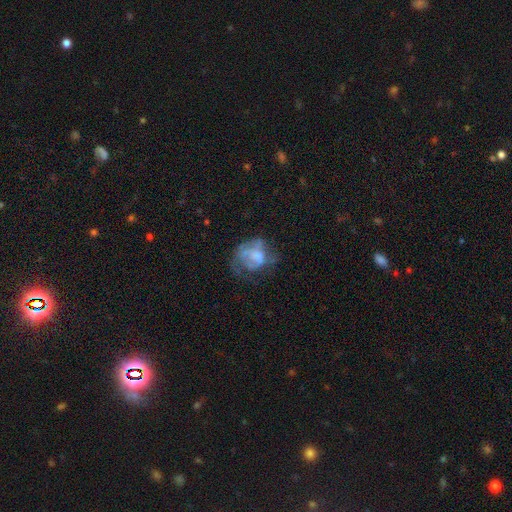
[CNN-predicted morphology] Smooth or featured: featured or disk — 47% (smooth — 43%)
Merging: major disturbance — 43% (none — 31%)